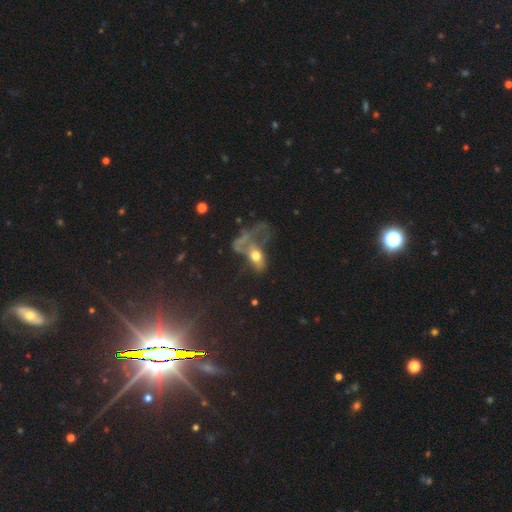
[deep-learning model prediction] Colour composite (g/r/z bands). It shows a smooth galaxy with no disk features (44%). Merging: major disturbance (60%).